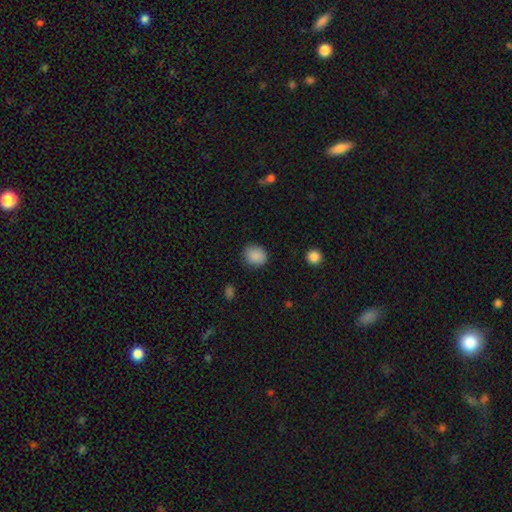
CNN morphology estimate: This is clearly a smooth galaxy (88%). How rounded: likely round (69%). Merging: clearly none (84%).